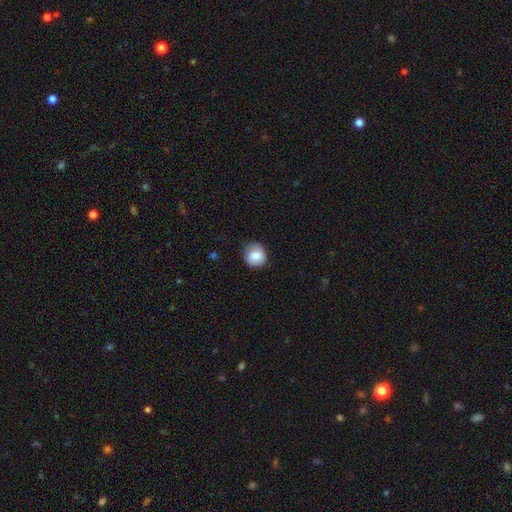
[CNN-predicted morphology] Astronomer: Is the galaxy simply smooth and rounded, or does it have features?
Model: smooth — 79%.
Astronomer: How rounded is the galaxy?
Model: round — 83%.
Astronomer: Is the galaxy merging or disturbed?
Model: none — 73%.